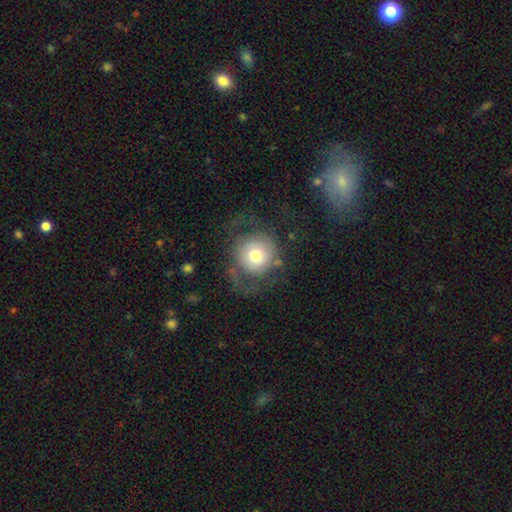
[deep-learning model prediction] Smooth or featured?
  - smooth: 60% *
  - featured or disk: 31%
  - star or artifact: 9%
How rounded?
  - round: 91% *
  - in between: 8%
  - cigar-shaped: 1%
Merging?
  - none: 51% *
  - major disturbance: 29%
  - minor disturbance: 18%
  - merger: 2%